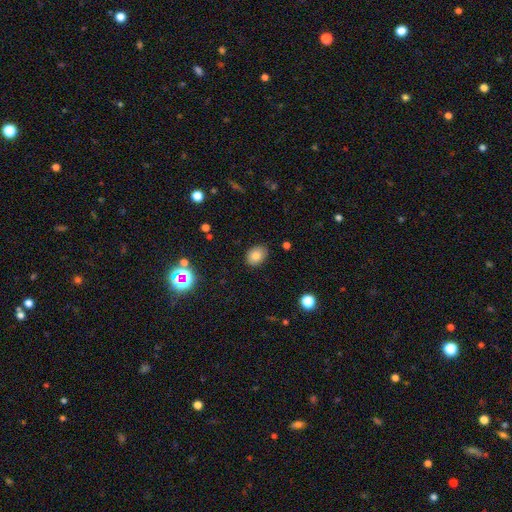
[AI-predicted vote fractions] The model was most divided on "how rounded": in between: 67%, round: 32%, cigar-shaped: 1%. More confident: merging — none (85%); smooth or featured — smooth (81%).